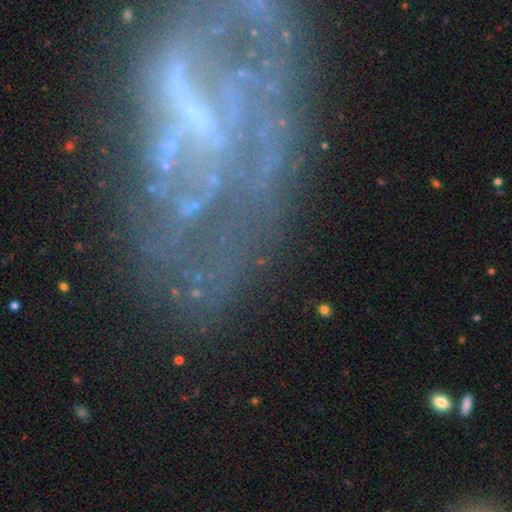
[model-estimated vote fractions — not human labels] This is likely a featured or disk galaxy (67%). It is clearly not viewed edge-on (91%). Bar: possibly no (52%). Spiral arm pattern: possibly no (55%). Central bulge: possibly none (49%). Merging: possibly none (50%).